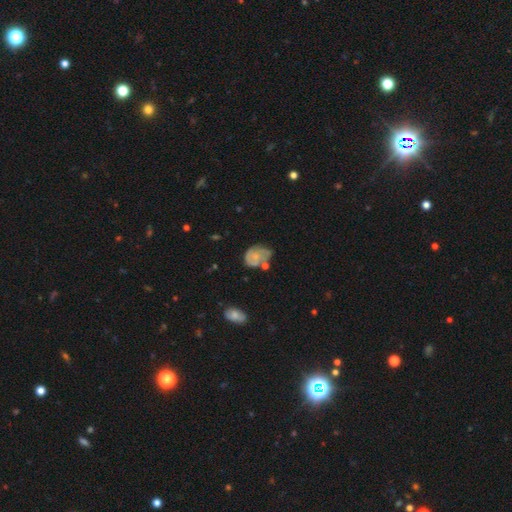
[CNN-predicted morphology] smooth_or_featured: featured or disk (p=0.56) [alt: smooth p=0.36]
disk_edge_on: no (p=0.98) [alt: yes p=0.02]
bar: no (p=0.79) [alt: weak p=0.19]
has_spiral_arms: yes (p=0.65) [alt: no p=0.35]
bulge_size: small (p=0.57) [alt: moderate p=0.24]
merging: none (p=0.39) [alt: minor disturbance p=0.32]